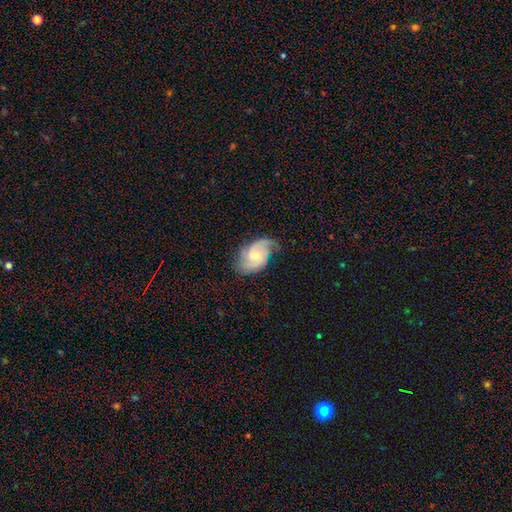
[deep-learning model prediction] Overall: featured or disk (80%). Edge-on disk: no (97%). Bar: no (62%; weak 33%). Spiral arms: yes (96%). Spiral arm count: 2 (68%). Spiral winding: medium (47%; tight 32%). Bulge size: small (48%; moderate 41%). Merging: none (62%; minor disturbance 25%).